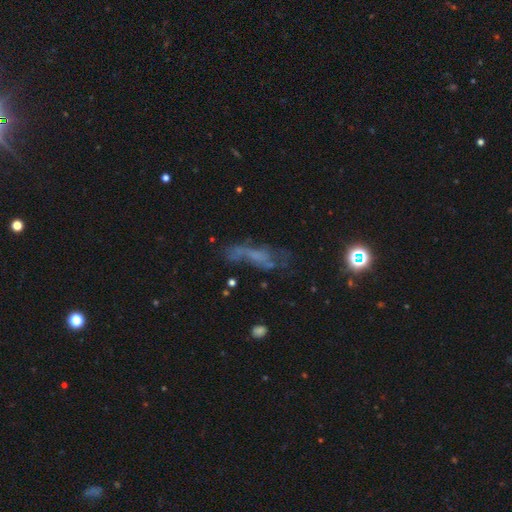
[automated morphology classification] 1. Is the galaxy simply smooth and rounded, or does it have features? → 44% featured or disk, 32% smooth, 24% star or artifact.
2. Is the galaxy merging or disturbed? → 43% none, 28% major disturbance, 21% minor disturbance, 8% merger.